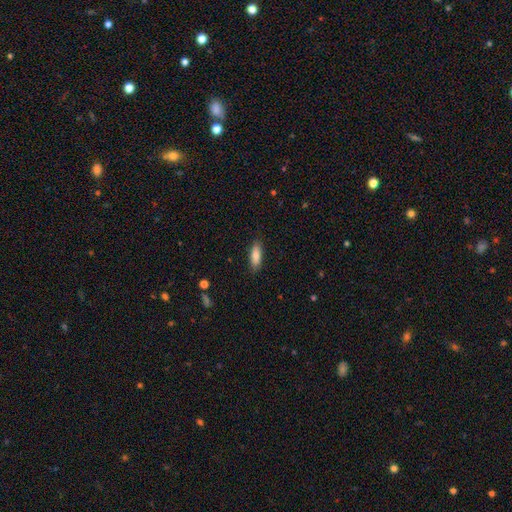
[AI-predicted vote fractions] Smooth or featured? smooth (85%)
How rounded? in between (63%)
Merging? none (87%)